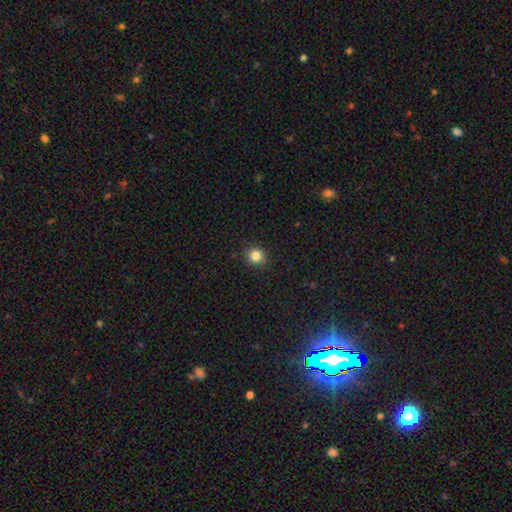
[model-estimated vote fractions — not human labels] Smooth or featured? smooth (83%)
How rounded? round (88%)
Merging? none (89%)